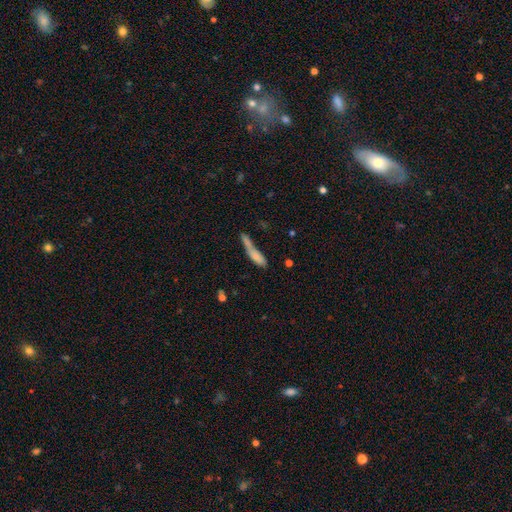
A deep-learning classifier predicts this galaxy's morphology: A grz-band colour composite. It shows a smooth galaxy with no disk features (72%) that is cigar-shaped (72%). Merging: merger (36%).